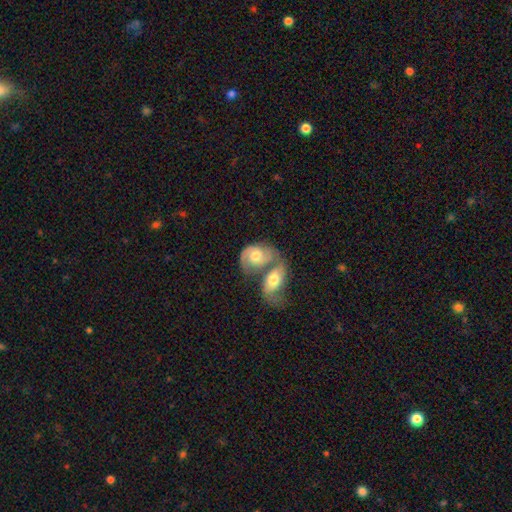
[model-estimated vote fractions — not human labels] This appears to be a featured or disk galaxy (67%) with no bar (63%), 2 (81%) medium (49%) spiral arms (89%) and a moderate central bulge (68%). Merging: merger (67%).